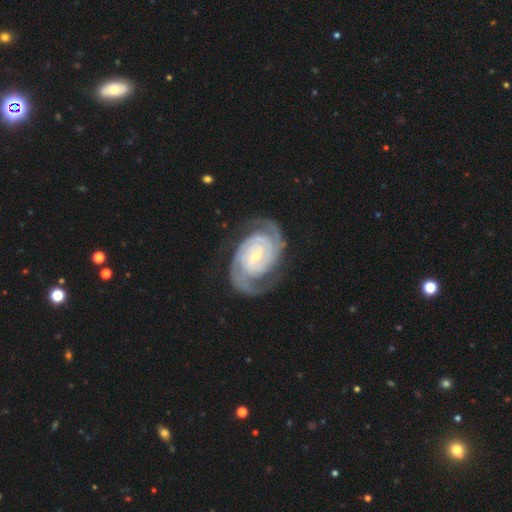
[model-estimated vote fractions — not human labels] featured or disk 92%, star or artifact 4%, smooth 4%. Down the decision tree: edge-on disk — no (97%); bar — weak (45%); spiral arms — yes (98%); spiral arm count — 2 (74%); spiral winding — tight (72%); bulge size — small (69%); merging — none (76%).